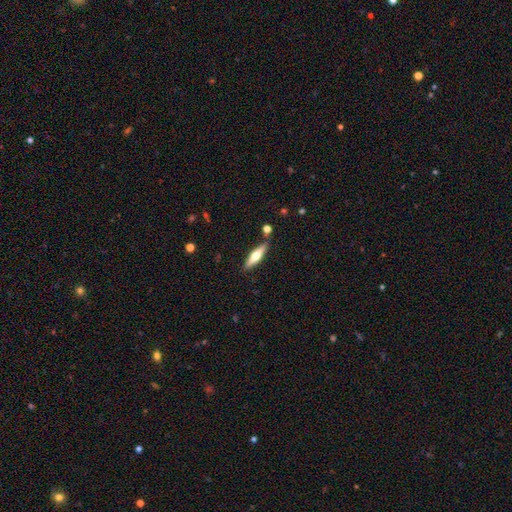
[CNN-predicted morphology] Smooth or featured? smooth (50%)
How rounded? cigar-shaped (71%)
Merging? none (82%)